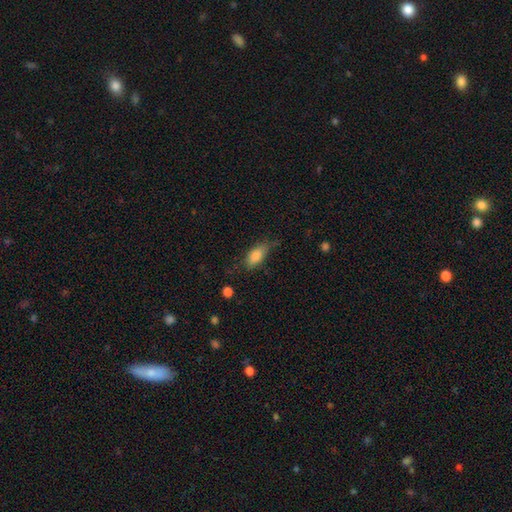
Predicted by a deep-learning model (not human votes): Smooth or featured? smooth (82%)
How rounded? in between (83%)
Merging? none (58%)